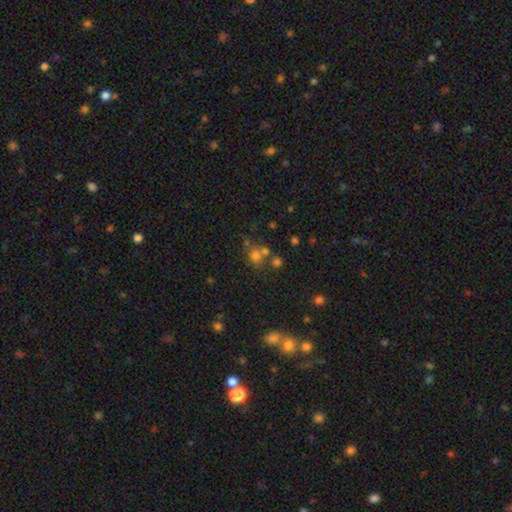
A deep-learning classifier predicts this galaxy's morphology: A smooth galaxy with no disk features (66%) that is round (80%). Merging: none (53%).